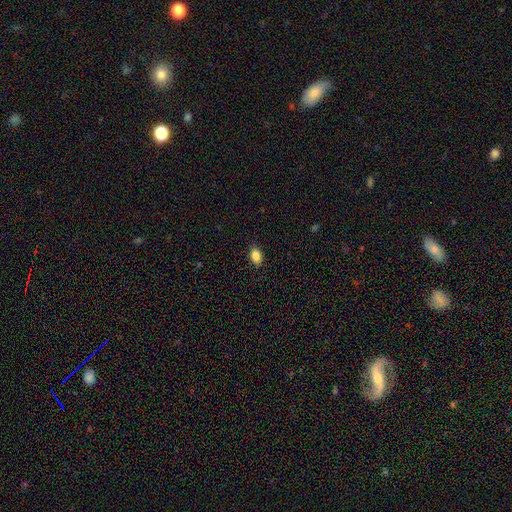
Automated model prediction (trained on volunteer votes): Smooth or featured: smooth — 86% (star or artifact — 9%)
How rounded: in between — 83% (round — 16%)
Merging: none — 88% (minor disturbance — 9%)